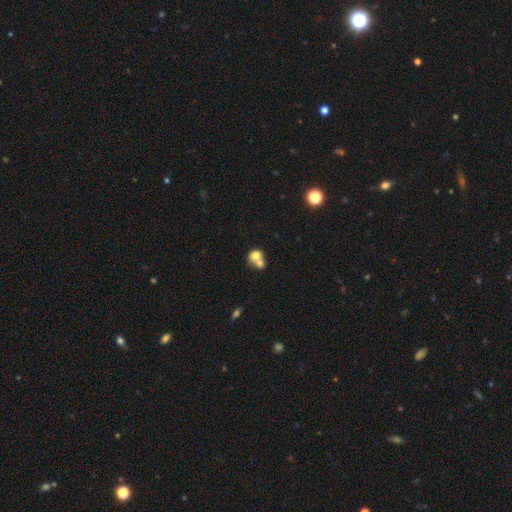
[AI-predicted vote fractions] Overall: smooth (71%). How rounded: round (64%; in between 35%). Merging: merger (66%).